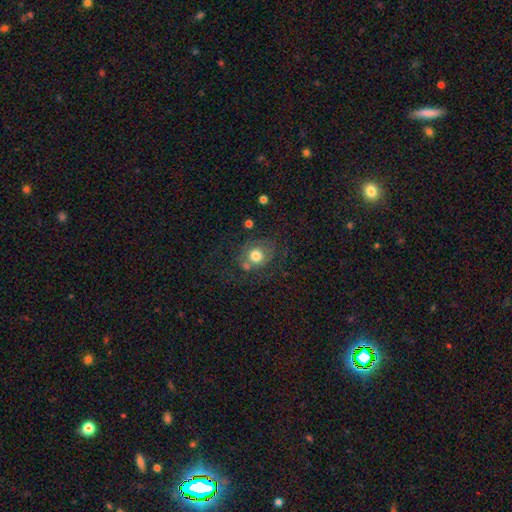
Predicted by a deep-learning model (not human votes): A smooth galaxy with no disk features (68%) that is round (80%).

Vote fractions:
- Smooth or featured? smooth: 68% / featured or disk: 21% / star or artifact: 11%
- How rounded? round: 80% / in between: 19% / cigar-shaped: 1%
- Merging? none: 58% / minor disturbance: 18% / major disturbance: 13% / merger: 11%